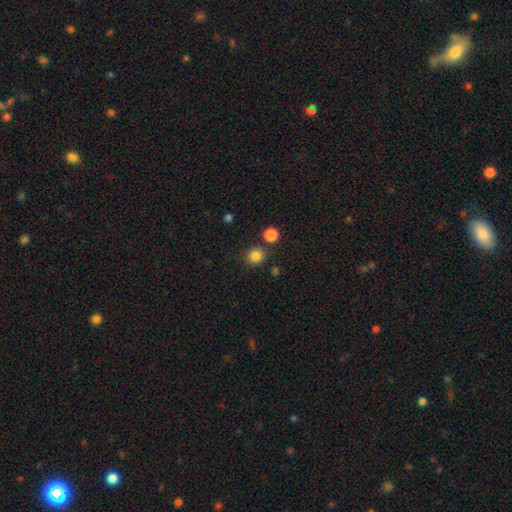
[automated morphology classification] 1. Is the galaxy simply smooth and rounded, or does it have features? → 84% smooth, 12% star or artifact, 4% featured or disk.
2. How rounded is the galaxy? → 87% round, 12% in between, 1% cigar-shaped.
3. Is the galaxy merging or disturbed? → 80% none, 8% minor disturbance, 8% merger, 3% major disturbance.